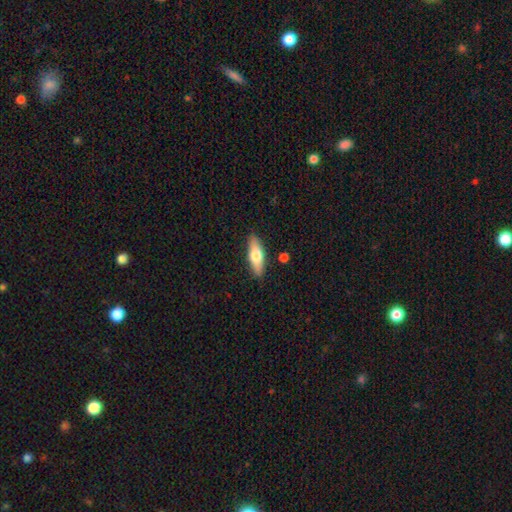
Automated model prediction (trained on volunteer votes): Morphology: type=smooth (62%); roundness=in between (56%); merging=none (87%).